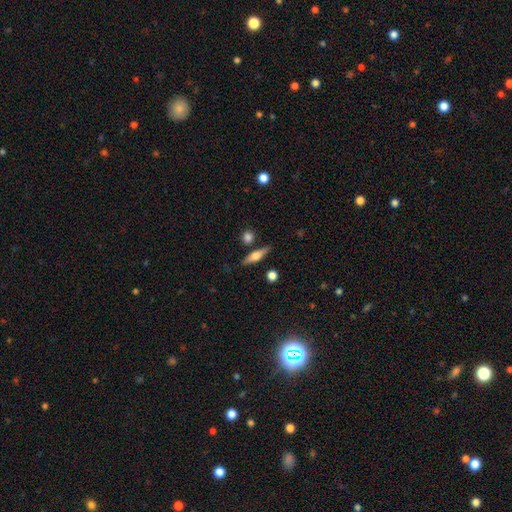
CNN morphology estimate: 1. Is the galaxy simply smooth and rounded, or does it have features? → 50% featured or disk, 43% smooth, 7% star or artifact.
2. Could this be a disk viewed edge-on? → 93% yes, 7% no.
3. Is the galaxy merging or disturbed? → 81% none, 11% minor disturbance, 6% merger, 3% major disturbance.